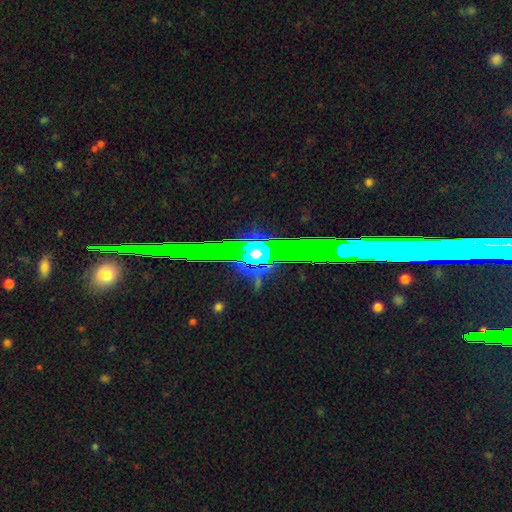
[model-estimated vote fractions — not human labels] A featured or disk galaxy (47%).

Vote fractions:
- Smooth or featured? featured or disk: 47% / star or artifact: 41% / smooth: 12%
- Merging? none: 87% / minor disturbance: 8% / major disturbance: 3% / merger: 2%